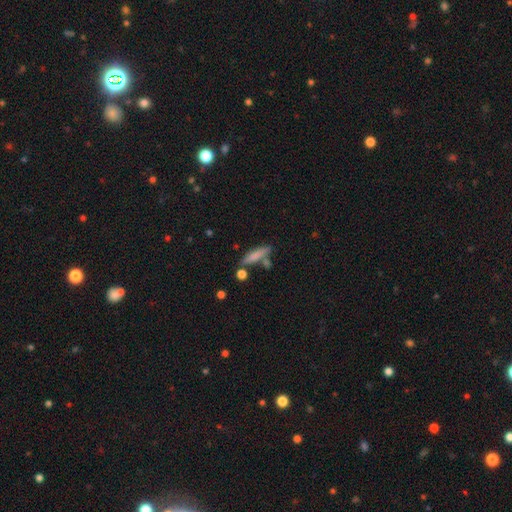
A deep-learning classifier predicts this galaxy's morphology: The model was most divided on "merging": none: 67%, minor disturbance: 15%, merger: 14%, major disturbance: 5%. More confident: how rounded — cigar-shaped (78%); smooth or featured — smooth (74%).